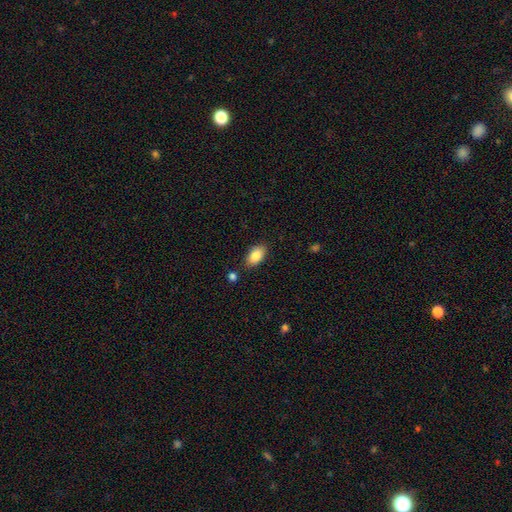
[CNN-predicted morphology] Overall: smooth (85%). How rounded: in between (91%). Merging: none (84%).